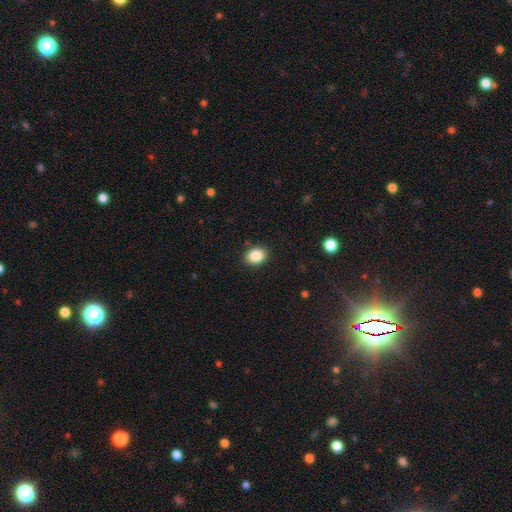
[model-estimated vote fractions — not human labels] Q: Smooth or featured?
A: smooth (87%); runner-up: star or artifact (9%)
Q: How rounded?
A: in between (54%); runner-up: round (45%)
Q: Merging?
A: none (89%); runner-up: minor disturbance (8%)